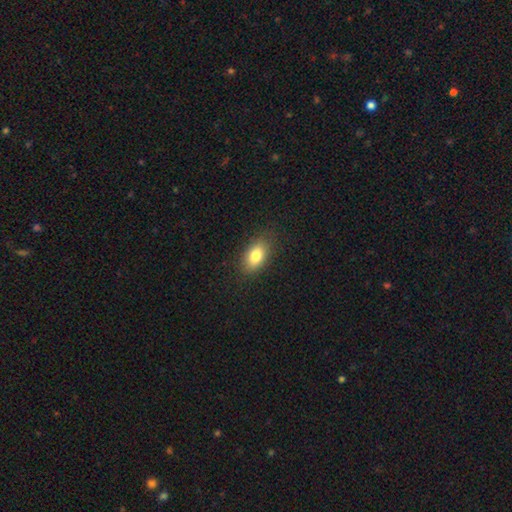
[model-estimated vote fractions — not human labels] This is clearly a smooth galaxy (82%). How rounded: clearly in between (88%). Merging: clearly none (85%).